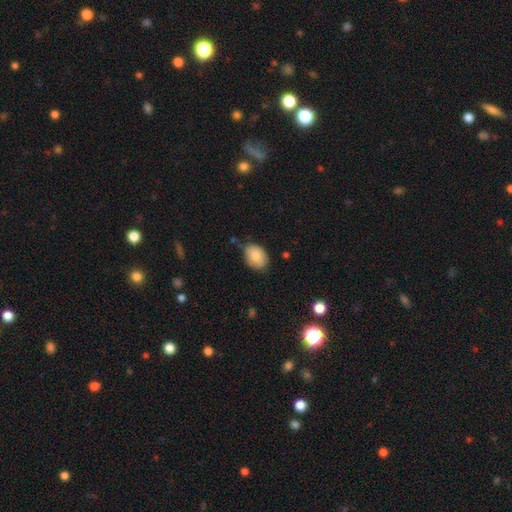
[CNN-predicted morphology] smooth 83%, featured or disk 10%, star or artifact 7%. Down the decision tree: how rounded — in between (73%); merging — none (67%).